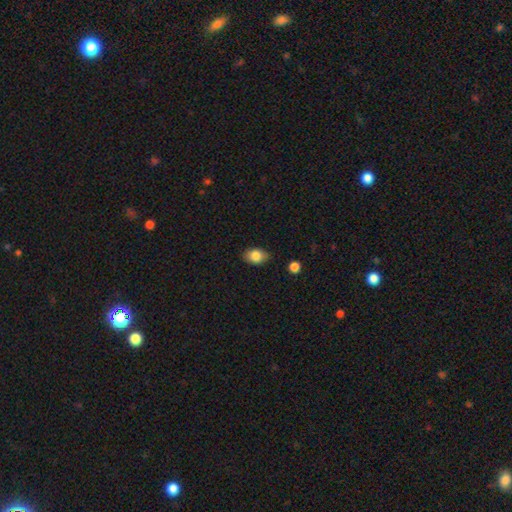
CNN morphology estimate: Smooth or featured? Predicted: smooth (p=0.84). How rounded? Predicted: in between (p=0.81). Merging? Predicted: none (p=0.84).